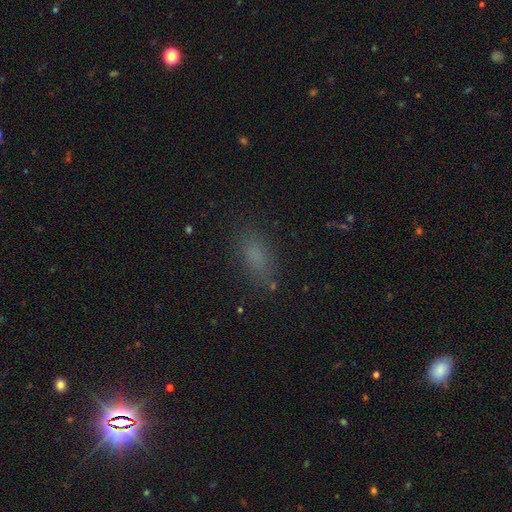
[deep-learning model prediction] smooth 76%, star or artifact 16%, featured or disk 8%. Down the decision tree: how rounded — in between (79%); merging — none (79%).